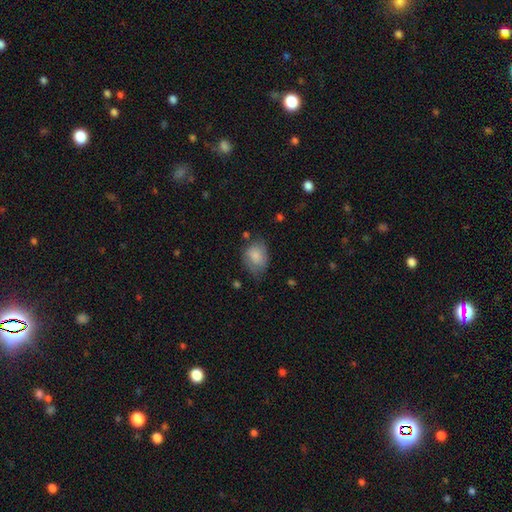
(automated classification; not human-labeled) This is clearly a smooth galaxy (80%). How rounded: likely in between (67%). Merging: possibly none (53%).